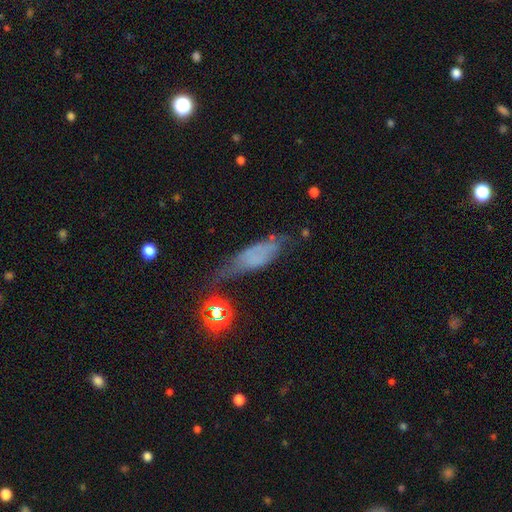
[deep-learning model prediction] smooth_or_featured: smooth (p=0.49) [alt: featured or disk p=0.35]
merging: none (p=0.42) [alt: minor disturbance p=0.31]